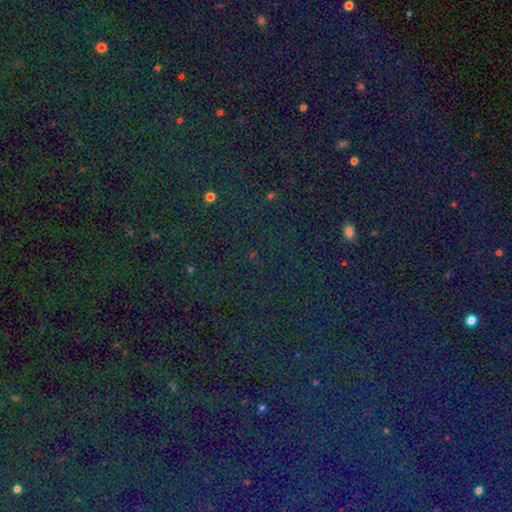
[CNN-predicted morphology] Smooth or featured: star or artifact — 80% (smooth — 12%)